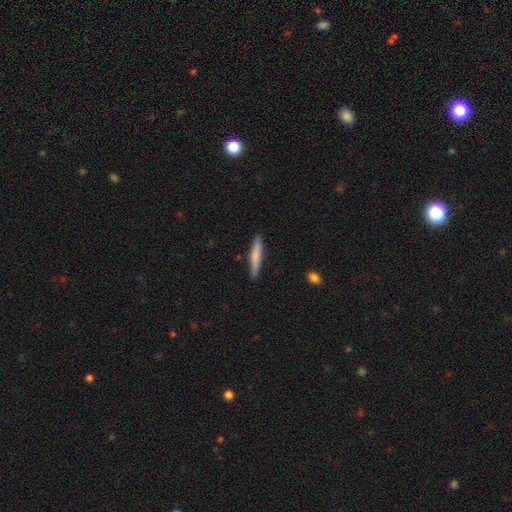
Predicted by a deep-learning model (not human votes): Overall: smooth (71%). How rounded: cigar-shaped (92%). Merging: none (88%).